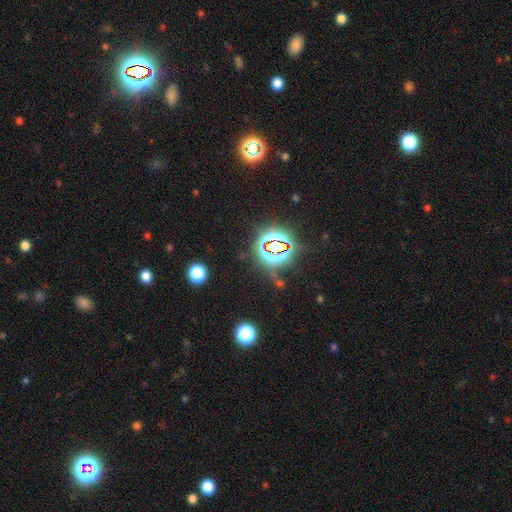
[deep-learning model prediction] Smooth or featured? Predicted: star or artifact (p=0.79).